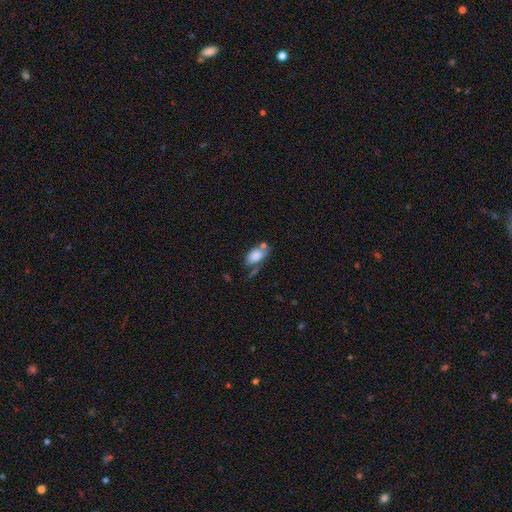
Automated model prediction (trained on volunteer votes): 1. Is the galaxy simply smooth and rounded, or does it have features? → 80% smooth, 12% featured or disk, 8% star or artifact.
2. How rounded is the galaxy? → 91% in between, 6% round, 4% cigar-shaped.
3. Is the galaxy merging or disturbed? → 45% none, 24% merger, 21% minor disturbance, 10% major disturbance.